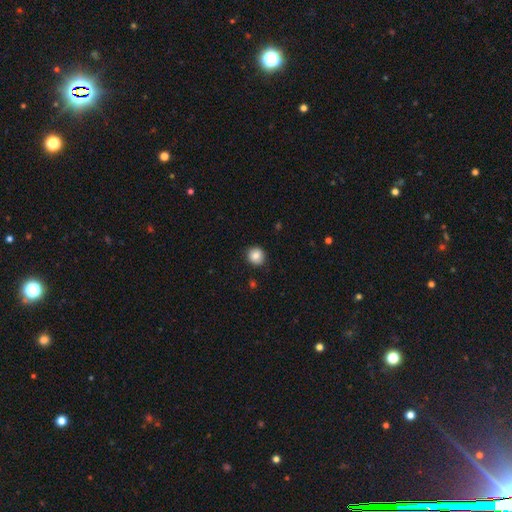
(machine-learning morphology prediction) smooth_or_featured: smooth (p=0.84) [alt: star or artifact p=0.09]
how_rounded: round (p=0.89) [alt: in between p=0.10]
merging: none (p=0.87) [alt: minor disturbance p=0.09]